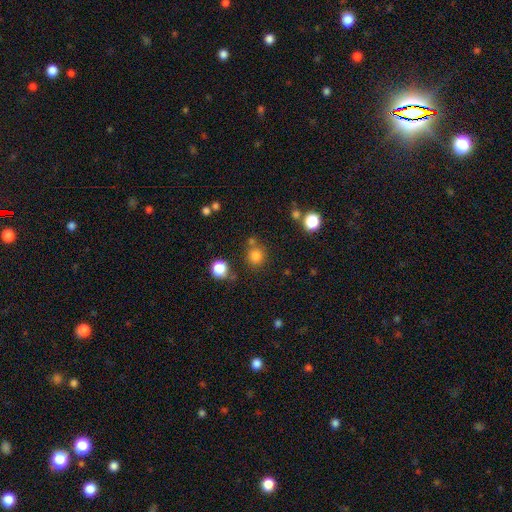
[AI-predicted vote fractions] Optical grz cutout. It shows a smooth galaxy with no disk features (79%) that is round (90%). Merging: none (74%).